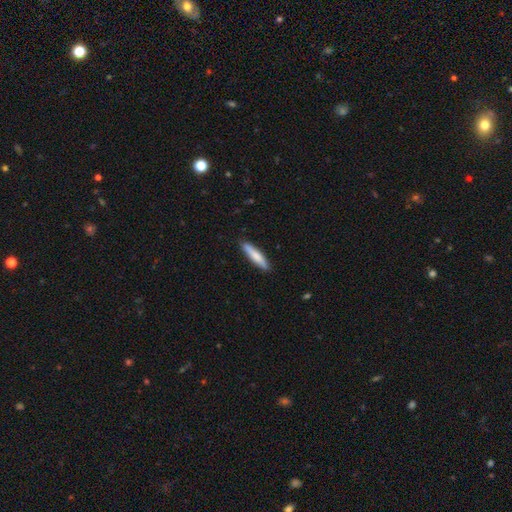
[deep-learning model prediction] smooth 75%, featured or disk 20%, star or artifact 5%. Down the decision tree: how rounded — cigar-shaped (87%); merging — none (89%).